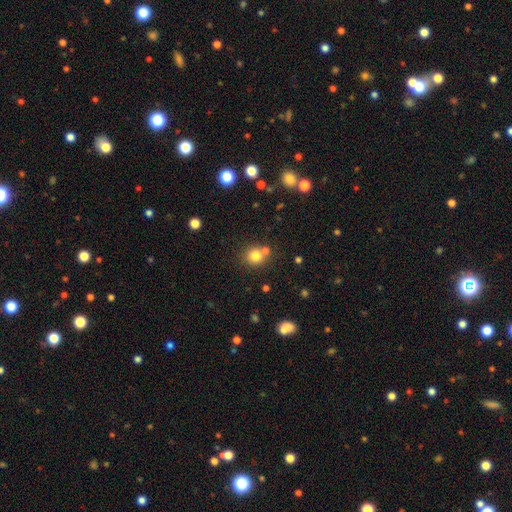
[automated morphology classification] Smooth or featured?
  - smooth: 78% *
  - star or artifact: 13%
  - featured or disk: 9%
How rounded?
  - round: 86% *
  - in between: 13%
  - cigar-shaped: 1%
Merging?
  - none: 64% *
  - merger: 24%
  - minor disturbance: 9%
  - major disturbance: 3%